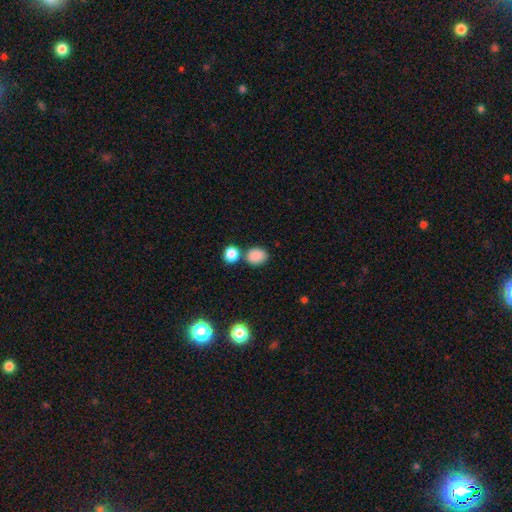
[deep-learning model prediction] A smooth galaxy with no disk features (86%) that is round (51%). Merging: none (66%).